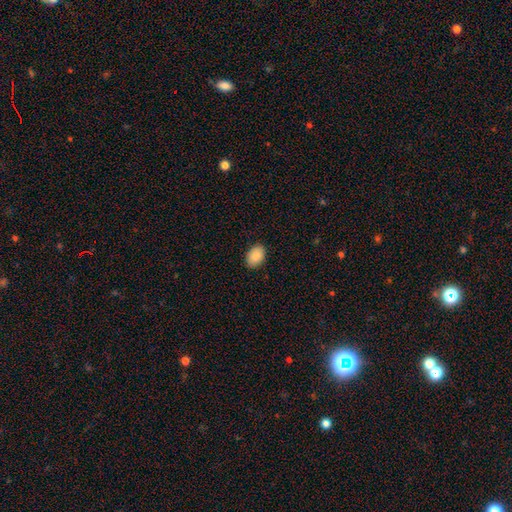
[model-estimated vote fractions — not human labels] smooth_or_featured: smooth (p=0.90) [alt: star or artifact p=0.06]
how_rounded: in between (p=0.87) [alt: round p=0.12]
merging: none (p=0.88) [alt: minor disturbance p=0.09]